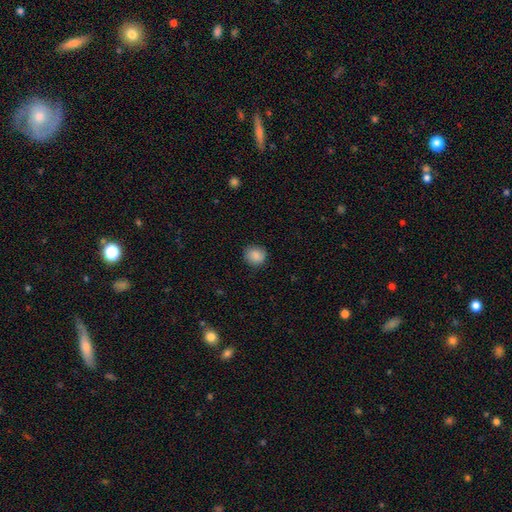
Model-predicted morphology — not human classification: Smooth or featured? Predicted: smooth (p=0.87). How rounded? Predicted: round (p=0.82). Merging? Predicted: none (p=0.85).